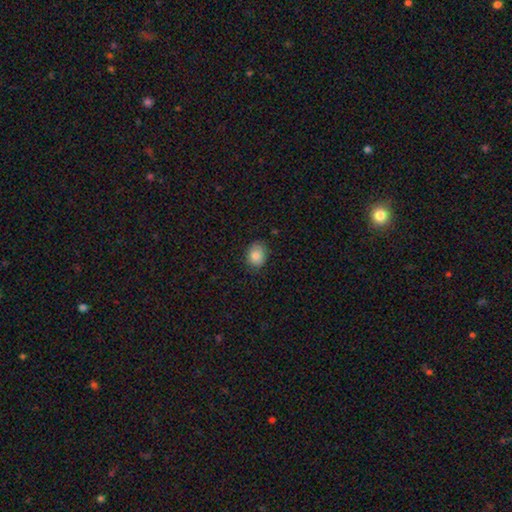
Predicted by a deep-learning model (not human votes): Smooth or featured? Predicted: smooth (p=0.86). How rounded? Predicted: in between (p=0.52). Merging? Predicted: none (p=0.77).